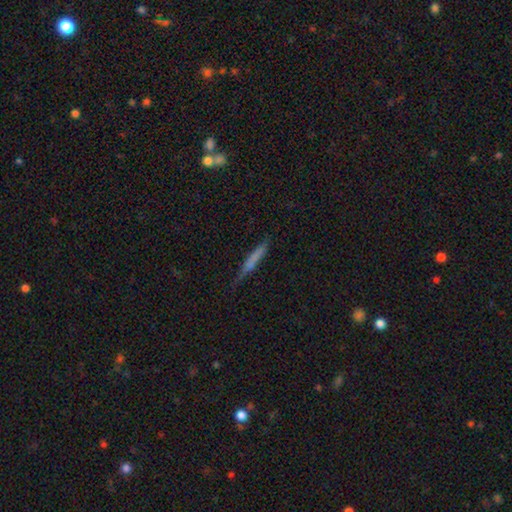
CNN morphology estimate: Overall: smooth (60%; featured or disk 33%). How rounded: cigar-shaped (95%). Merging: none (78%).